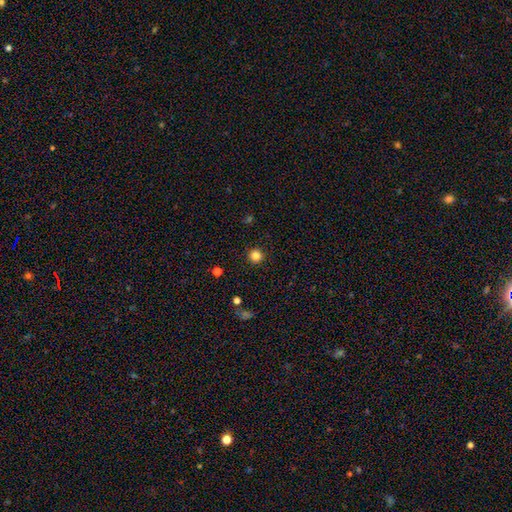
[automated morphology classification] Smooth or featured: smooth — 83% (star or artifact — 12%)
How rounded: round — 95% (in between — 4%)
Merging: none — 93% (minor disturbance — 5%)